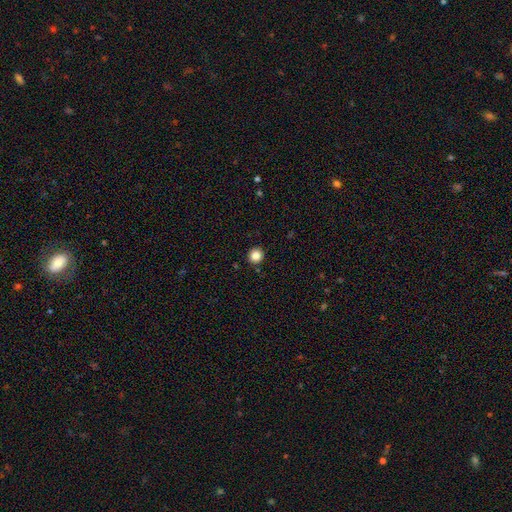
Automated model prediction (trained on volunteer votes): Morphology: type=smooth (85%); roundness=round (94%); merging=none (93%).